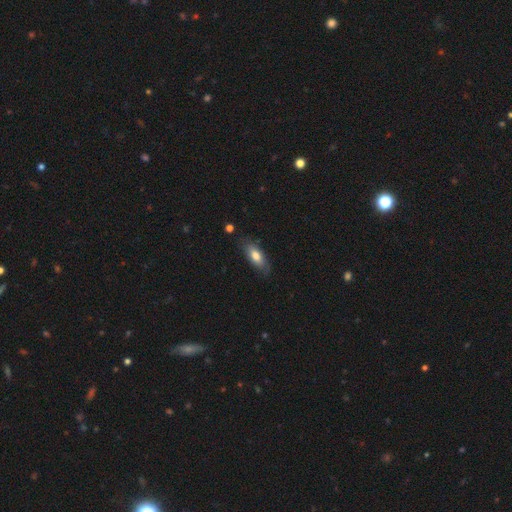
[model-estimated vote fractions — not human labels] smooth_or_featured: smooth (p=0.73) [alt: featured or disk p=0.21]
how_rounded: in between (p=0.78) [alt: cigar-shaped p=0.20]
merging: none (p=0.77) [alt: minor disturbance p=0.18]